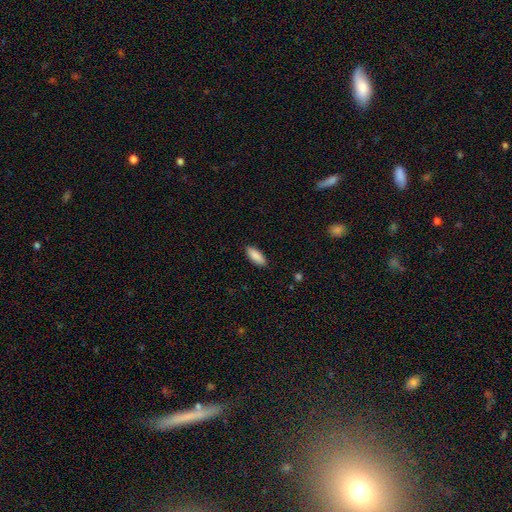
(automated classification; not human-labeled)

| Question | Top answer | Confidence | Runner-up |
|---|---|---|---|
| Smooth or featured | smooth | 89% | star or artifact (6%) |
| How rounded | in between | 75% | cigar-shaped (24%) |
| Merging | none | 88% | minor disturbance (9%) |